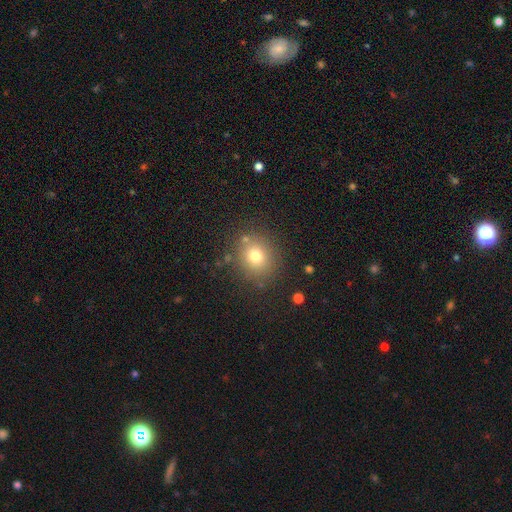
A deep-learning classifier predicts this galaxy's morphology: smooth-or-featured: smooth: 74% | star or artifact: 15% | featured or disk: 10%
  how-rounded: round: 82% | in between: 17% | cigar-shaped: 1%
  merging: none: 83% | minor disturbance: 9% | merger: 4% | major disturbance: 4%